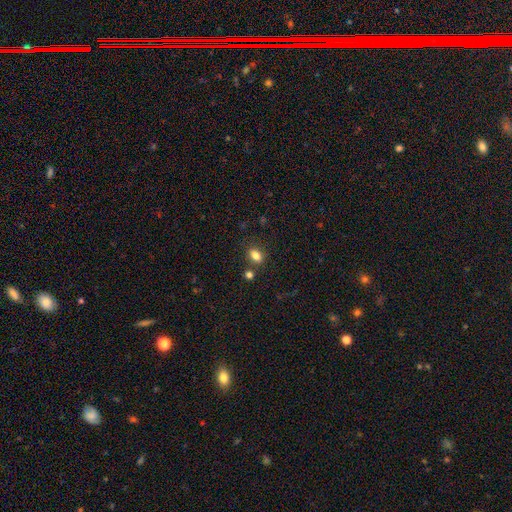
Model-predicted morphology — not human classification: This appears to be a smooth galaxy with no disk features (82%) that is in between round and cigar-shaped (75%). Merging: none (75%).